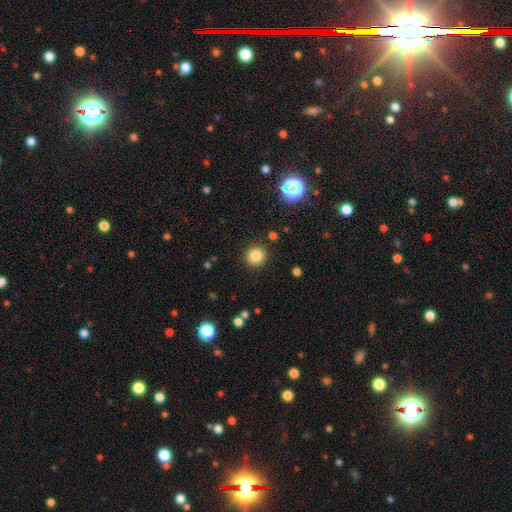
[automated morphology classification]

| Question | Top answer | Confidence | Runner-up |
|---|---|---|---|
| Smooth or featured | smooth | 83% | star or artifact (12%) |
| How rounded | round | 91% | in between (8%) |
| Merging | none | 90% | minor disturbance (6%) |